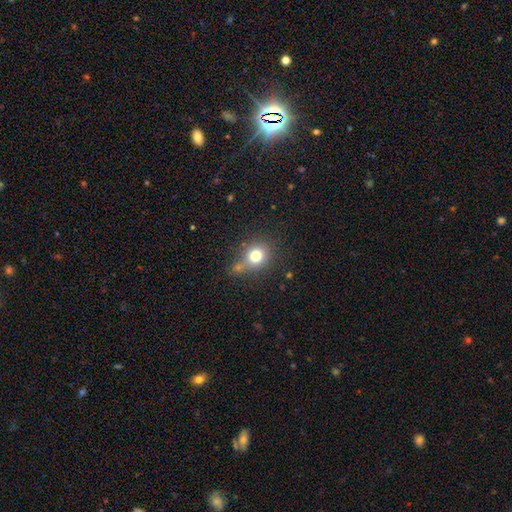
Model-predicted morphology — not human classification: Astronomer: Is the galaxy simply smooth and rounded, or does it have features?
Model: smooth — 77%.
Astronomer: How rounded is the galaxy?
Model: round — 78%.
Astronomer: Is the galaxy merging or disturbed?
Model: none — 59%.